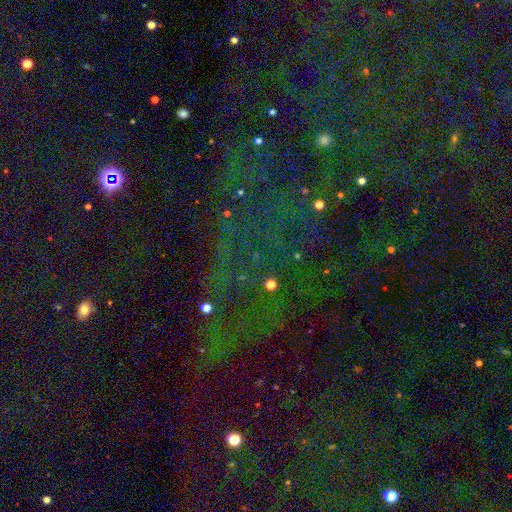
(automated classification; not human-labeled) smooth_or_featured: star or artifact (p=0.76) [alt: smooth p=0.14]